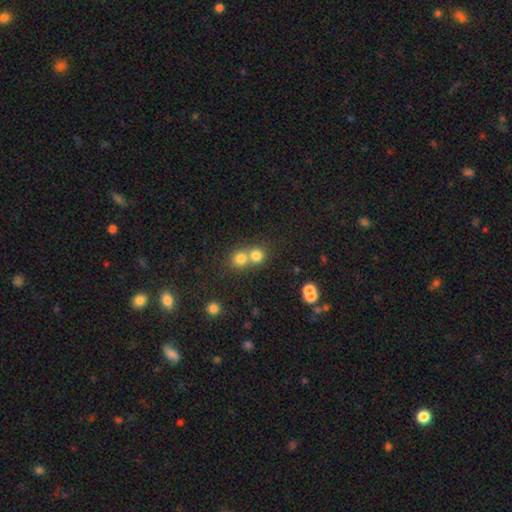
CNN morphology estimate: A smooth galaxy with no disk features (77%) that is round (89%). Merging: merger (48%).